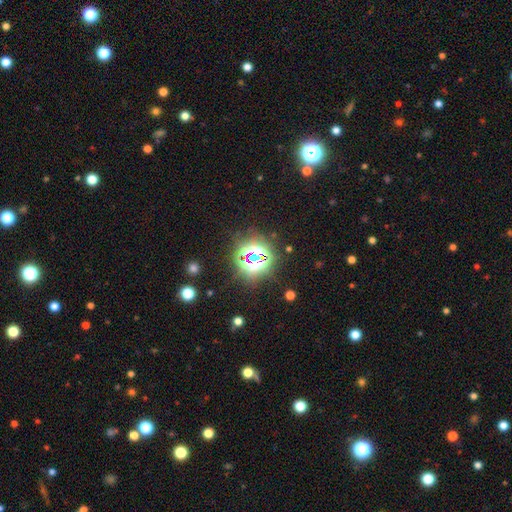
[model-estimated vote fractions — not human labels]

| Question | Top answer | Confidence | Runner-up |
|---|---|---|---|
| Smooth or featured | star or artifact | 75% | smooth (15%) |